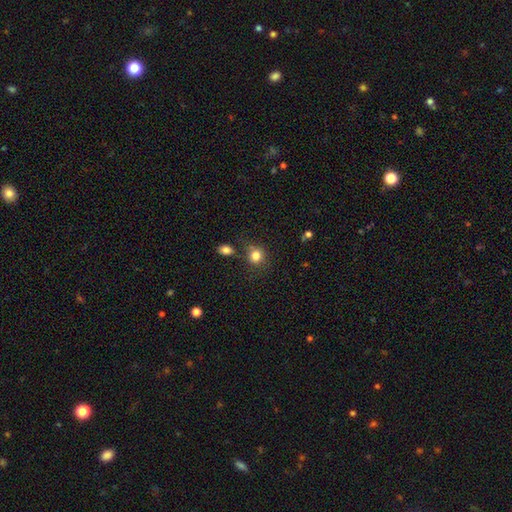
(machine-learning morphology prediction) smooth-or-featured: smooth: 81% | star or artifact: 12% | featured or disk: 7%
  how-rounded: round: 81% | in between: 18% | cigar-shaped: 1%
  merging: none: 67% | minor disturbance: 16% | merger: 11% | major disturbance: 6%